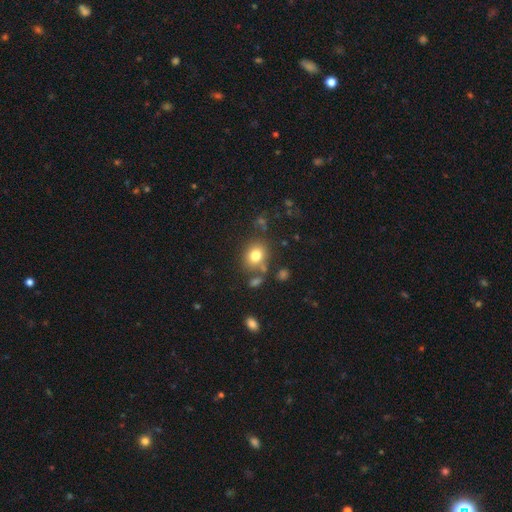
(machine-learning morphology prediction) This appears to be a smooth galaxy with no disk features (79%) that is round (59%). Merging: none (73%).